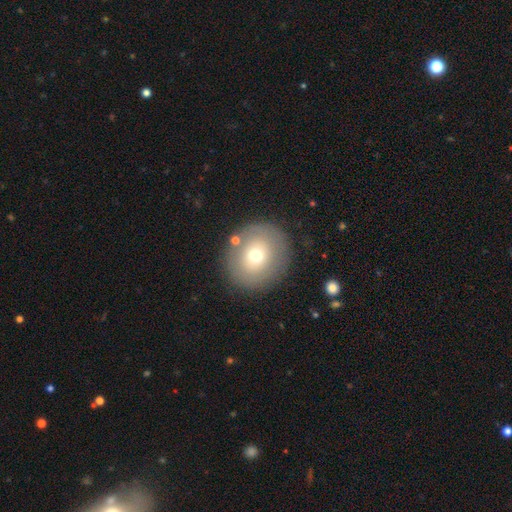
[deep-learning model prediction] Q: Smooth or featured?
A: smooth (67%); runner-up: featured or disk (22%)
Q: How rounded?
A: round (86%); runner-up: in between (13%)
Q: Merging?
A: none (83%); runner-up: minor disturbance (9%)